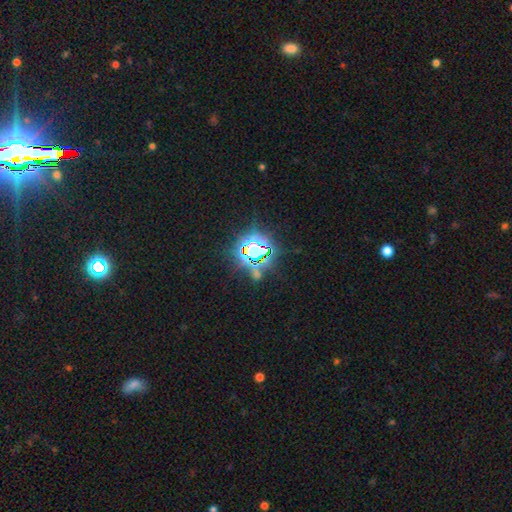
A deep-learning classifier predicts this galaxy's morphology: This is likely a star or artifact rather than a galaxy (78%).